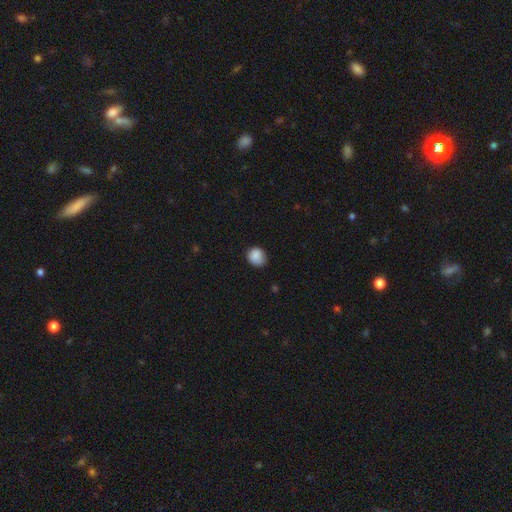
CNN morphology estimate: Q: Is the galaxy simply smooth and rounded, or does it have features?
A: smooth — 87%.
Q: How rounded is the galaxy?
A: round — 73%.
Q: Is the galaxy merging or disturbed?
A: none — 73%.